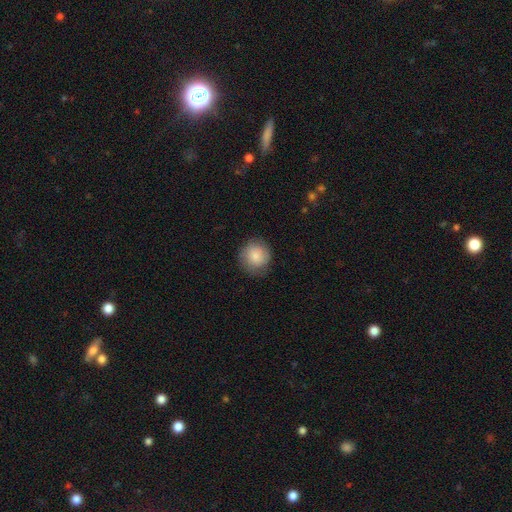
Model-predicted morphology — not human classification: This appears to be a smooth galaxy with no disk features (82%) that is round (90%). Merging: none (81%).